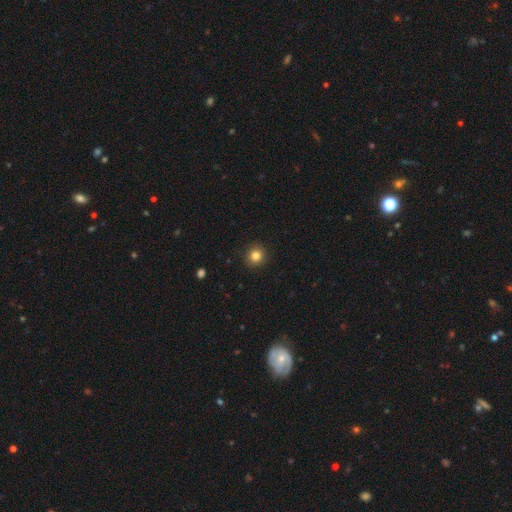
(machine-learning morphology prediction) This appears to be a smooth galaxy with no disk features (83%) that is round (92%). Merging: none (91%).